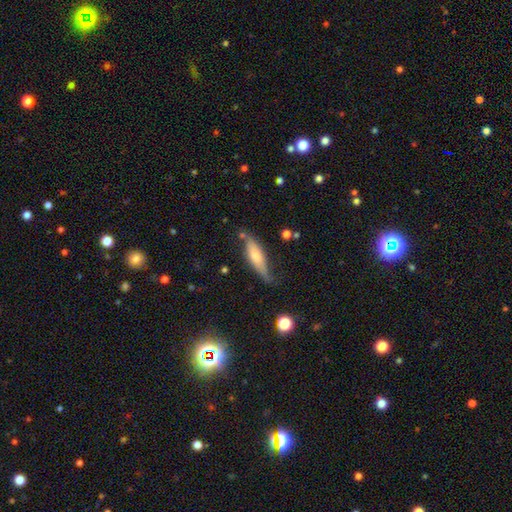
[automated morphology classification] smooth-or-featured: smooth: 57% | featured or disk: 37% | star or artifact: 6%
  how-rounded: cigar-shaped: 61% | in between: 37% | round: 2%
  merging: none: 57% | minor disturbance: 30% | major disturbance: 8% | merger: 5%